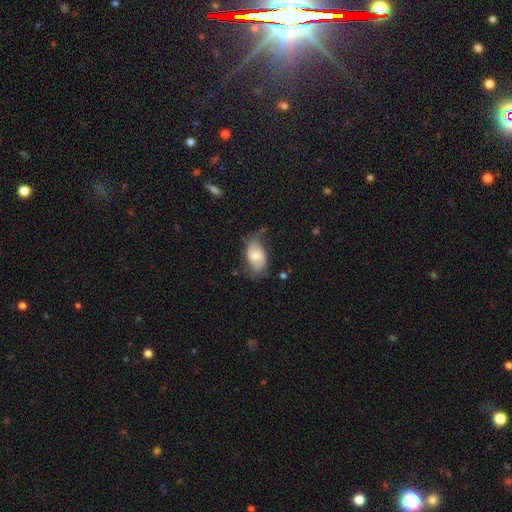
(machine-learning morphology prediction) smooth_or_featured: smooth (p=0.54) [alt: featured or disk p=0.38]
how_rounded: in between (p=0.90) [alt: round p=0.08]
merging: none (p=0.49) [alt: minor disturbance p=0.33]